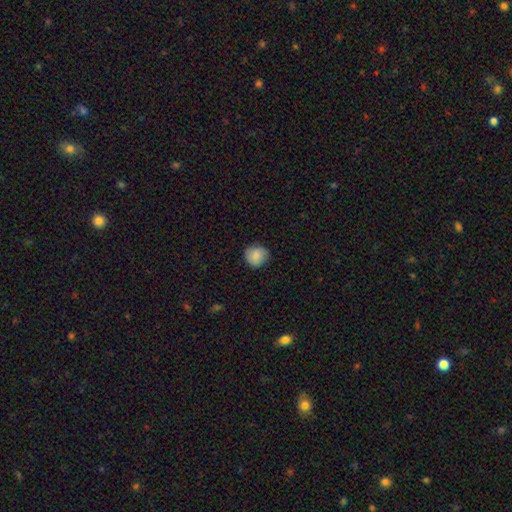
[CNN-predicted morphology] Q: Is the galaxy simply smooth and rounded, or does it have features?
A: smooth — 86%.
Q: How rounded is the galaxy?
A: round — 89%.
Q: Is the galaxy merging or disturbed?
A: none — 82%.